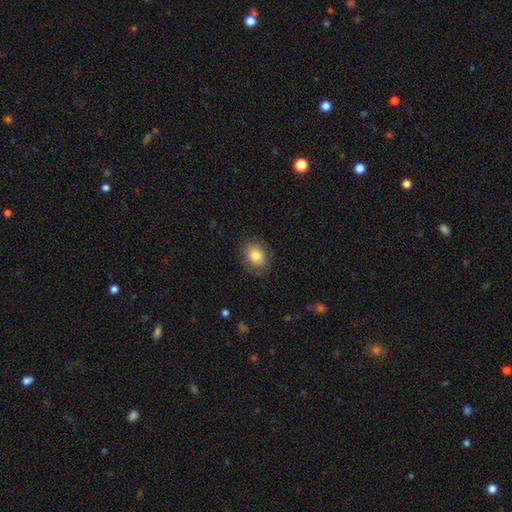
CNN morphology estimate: This appears to be a smooth galaxy with no disk features (82%) that is in between round and cigar-shaped (55%). Merging: none (82%).